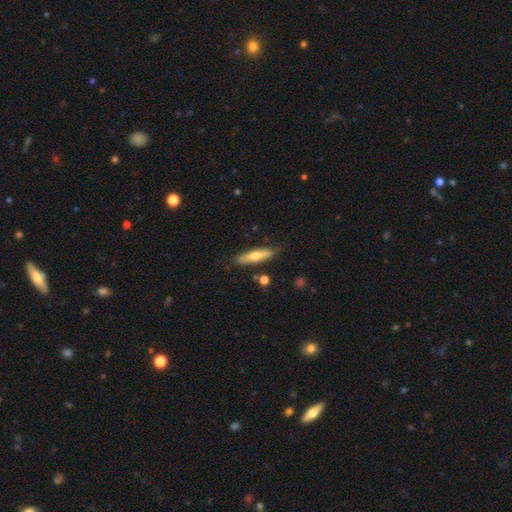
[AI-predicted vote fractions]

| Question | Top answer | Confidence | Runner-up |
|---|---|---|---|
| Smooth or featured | smooth | 56% | featured or disk (38%) |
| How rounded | cigar-shaped | 81% | in between (17%) |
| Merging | none | 83% | minor disturbance (12%) |